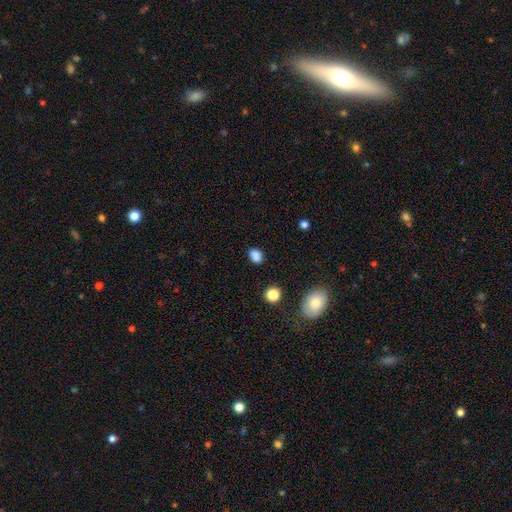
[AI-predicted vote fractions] A smooth galaxy with no disk features (84%) that is in between round and cigar-shaped (67%). Merging: none (82%).